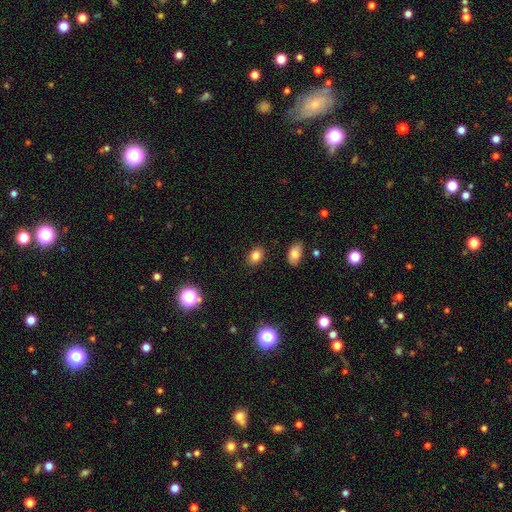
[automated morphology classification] Overall: smooth (82%). How rounded: in between (78%). Merging: none (86%).